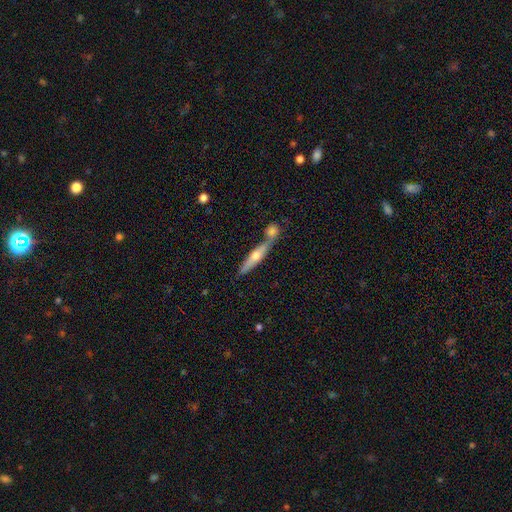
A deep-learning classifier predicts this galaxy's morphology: Smooth or featured? featured or disk (49%)
Merging? none (49%)